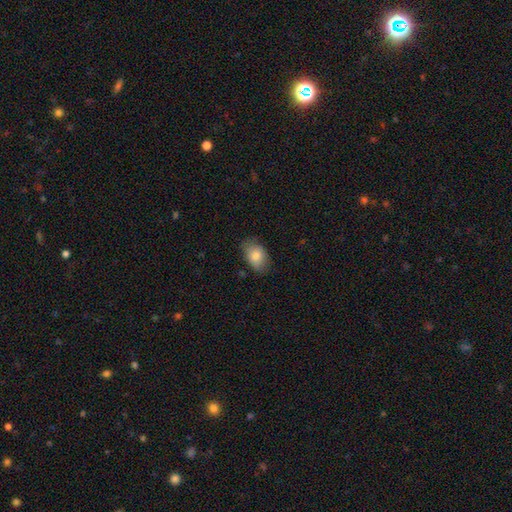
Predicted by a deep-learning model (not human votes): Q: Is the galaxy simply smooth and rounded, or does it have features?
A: smooth — 82%.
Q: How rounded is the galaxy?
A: in between — 85%.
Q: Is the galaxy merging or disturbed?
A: none — 76%.